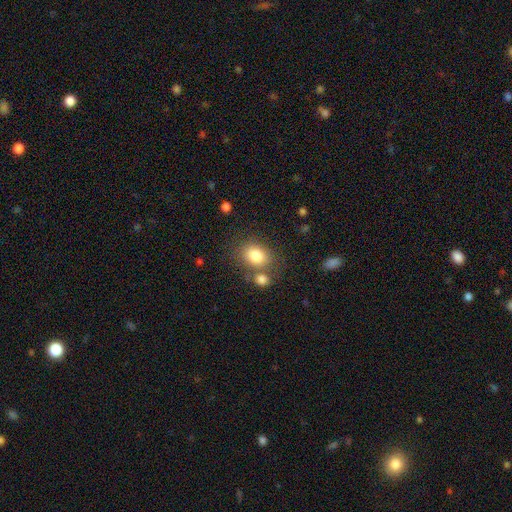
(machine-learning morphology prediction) This is clearly a smooth galaxy (81%). How rounded: likely in between (62%). Merging: possibly none (59%).